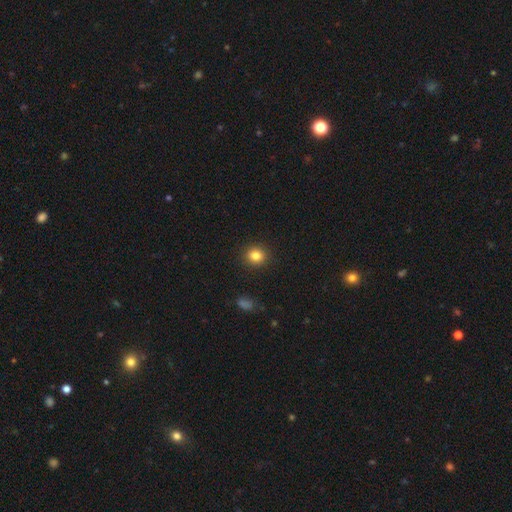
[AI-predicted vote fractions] smooth 84%, star or artifact 11%, featured or disk 5%. Down the decision tree: how rounded — round (81%); merging — none (91%).